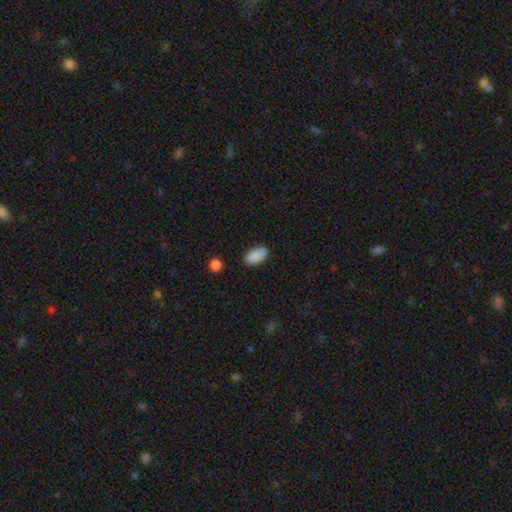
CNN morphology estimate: Smooth or featured? Predicted: smooth (p=0.90). How rounded? Predicted: in between (p=0.94). Merging? Predicted: none (p=0.86).